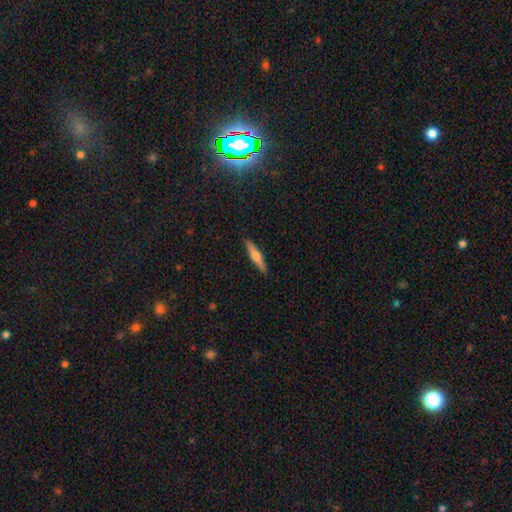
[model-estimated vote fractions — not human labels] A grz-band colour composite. It shows a featured or disk galaxy (49%). Merging: none (91%).